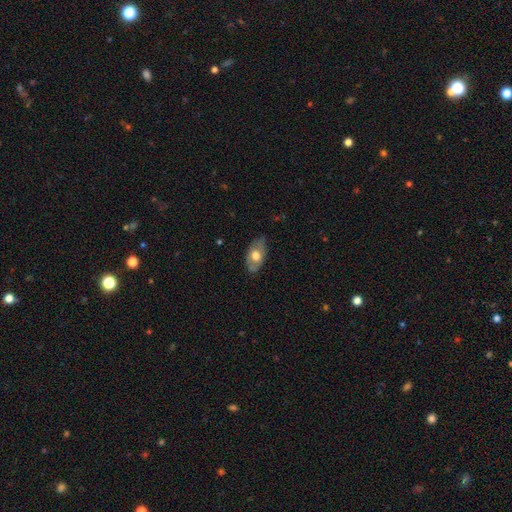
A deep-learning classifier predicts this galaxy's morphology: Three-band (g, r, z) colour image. It shows a smooth galaxy with no disk features (53%) that is in between round and cigar-shaped (91%). Merging: none (73%).